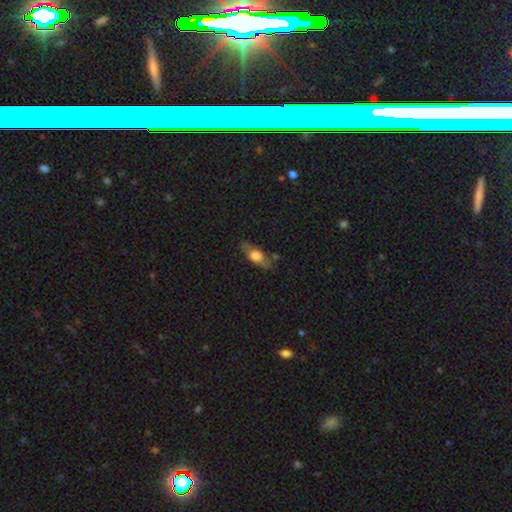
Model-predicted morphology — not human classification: smooth 56%, featured or disk 37%, star or artifact 8%. Down the decision tree: how rounded — in between (67%); merging — none (70%).